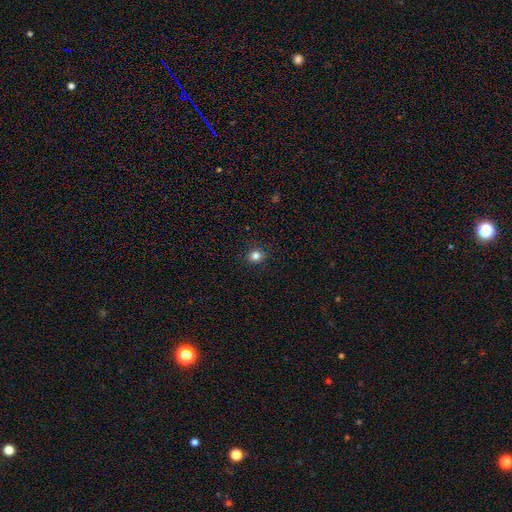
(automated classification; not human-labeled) Smooth or featured? smooth (83%)
How rounded? round (77%)
Merging? none (91%)